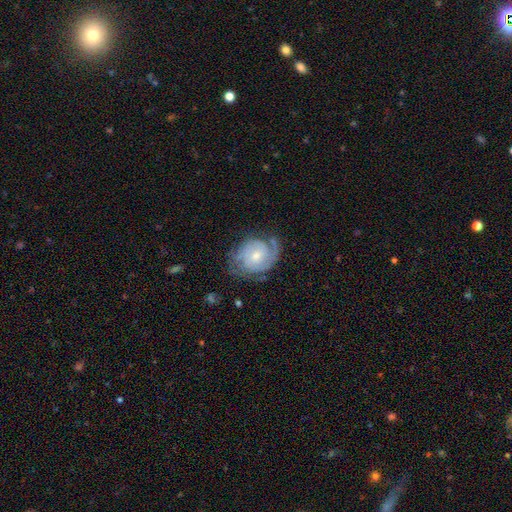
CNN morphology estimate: featured or disk 79%, smooth 15%, star or artifact 6%. Down the decision tree: edge-on disk — no (97%); bar — no (59%); spiral arms — yes (93%); spiral arm count — 2 (47%); spiral winding — tight (58%); bulge size — small (53%); merging — none (62%).